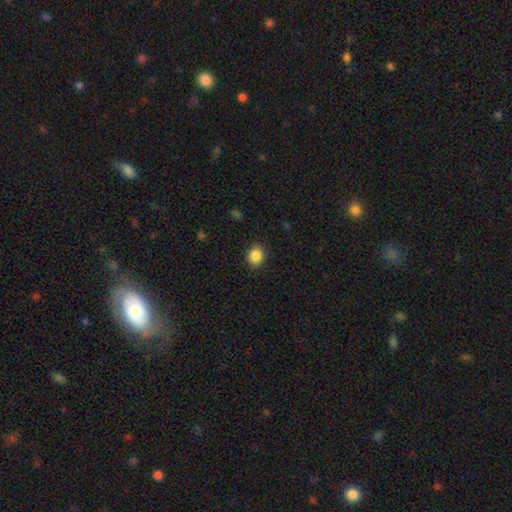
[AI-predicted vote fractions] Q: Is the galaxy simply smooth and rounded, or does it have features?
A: smooth — 87%.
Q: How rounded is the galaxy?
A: round — 59%.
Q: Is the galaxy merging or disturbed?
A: none — 88%.